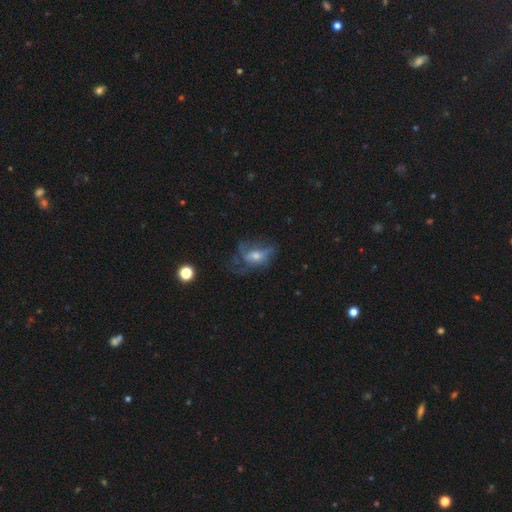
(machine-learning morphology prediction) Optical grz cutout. It shows a featured or disk galaxy (57%) with no bar (67%), spiral arms (55%) and a moderate central bulge (50%). Merging: major disturbance (39%).